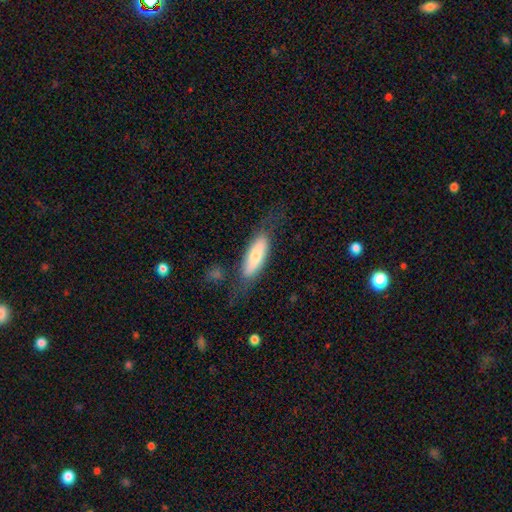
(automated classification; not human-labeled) smooth-or-featured: smooth: 66% | featured or disk: 28% | star or artifact: 6%
  how-rounded: in between: 57% | cigar-shaped: 41% | round: 2%
  merging: none: 60% | minor disturbance: 23% | major disturbance: 13% | merger: 4%